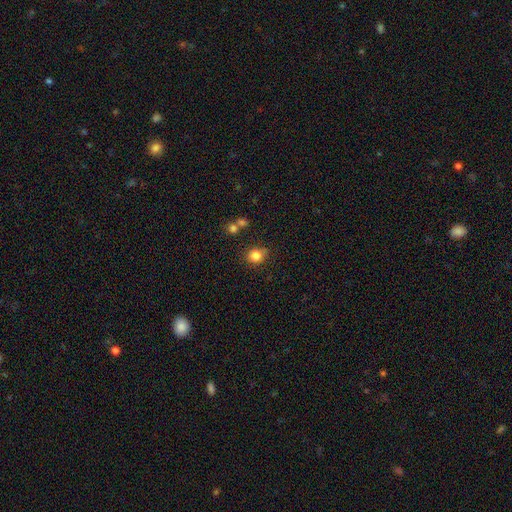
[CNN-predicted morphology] The model was most divided on "how rounded": round: 75%, in between: 24%, cigar-shaped: 1%. More confident: smooth or featured — smooth (84%); merging — none (75%).